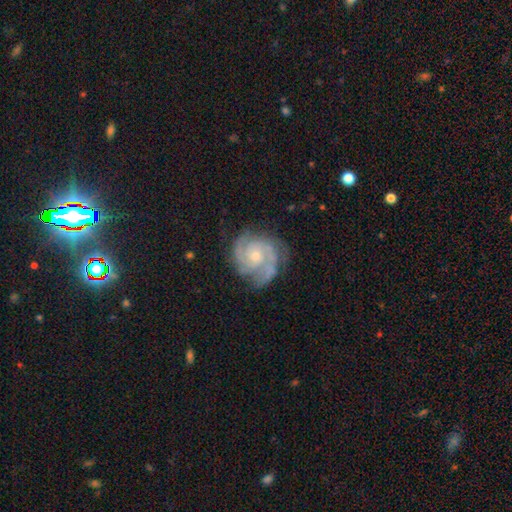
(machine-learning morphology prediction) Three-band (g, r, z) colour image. It shows a featured or disk galaxy (88%) with no bar (71%), 2 (42%) tight (57%) spiral arms (98%) and a small central bulge (51%). Merging: none (74%).